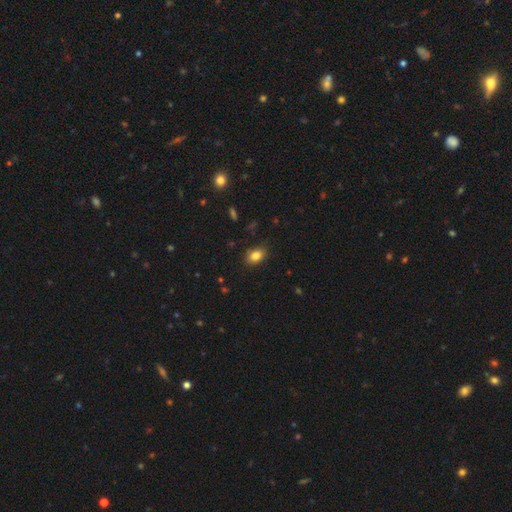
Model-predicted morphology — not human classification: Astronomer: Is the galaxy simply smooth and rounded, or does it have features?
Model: smooth — 84%.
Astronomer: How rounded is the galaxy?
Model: in between — 81%.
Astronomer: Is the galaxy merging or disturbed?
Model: none — 83%.